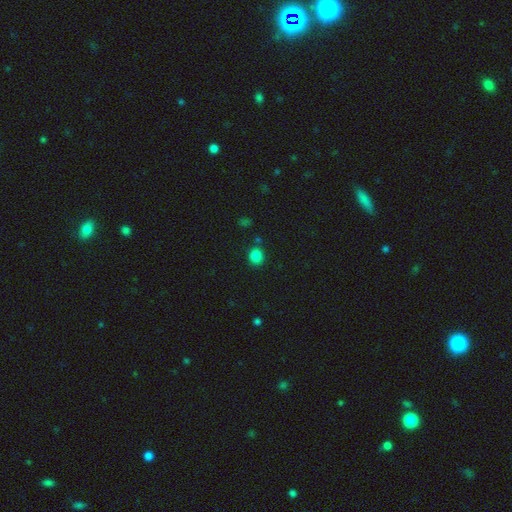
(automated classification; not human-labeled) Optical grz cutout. It shows a smooth galaxy with no disk features (84%) that is round (79%). Merging: none (82%).